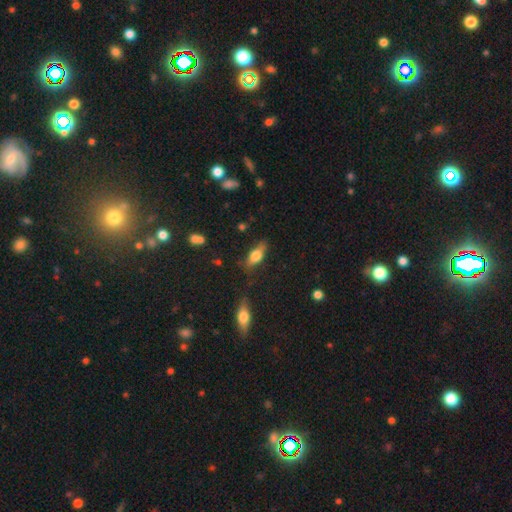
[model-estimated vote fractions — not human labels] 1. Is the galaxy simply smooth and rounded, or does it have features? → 69% smooth, 23% featured or disk, 8% star or artifact.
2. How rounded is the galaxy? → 76% in between, 19% cigar-shaped, 5% round.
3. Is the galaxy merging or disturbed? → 68% none, 22% minor disturbance, 7% major disturbance, 4% merger.